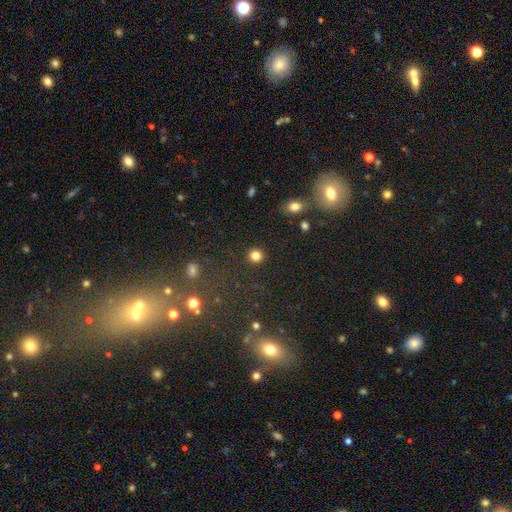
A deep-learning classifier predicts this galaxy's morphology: Overall: smooth (82%). How rounded: round (91%). Merging: none (91%).